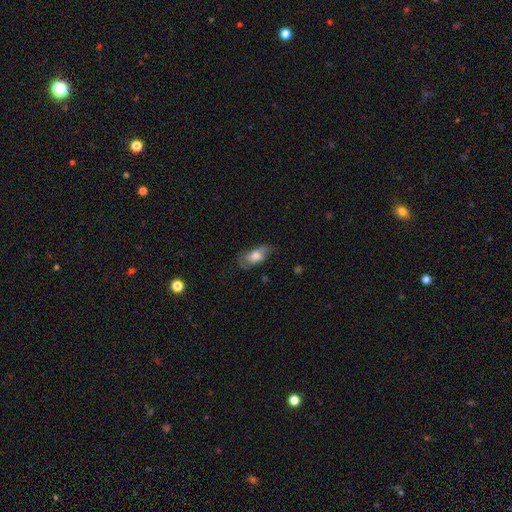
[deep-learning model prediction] Overall: smooth (65%; featured or disk 27%). How rounded: in between (84%). Merging: none (57%; minor disturbance 29%).